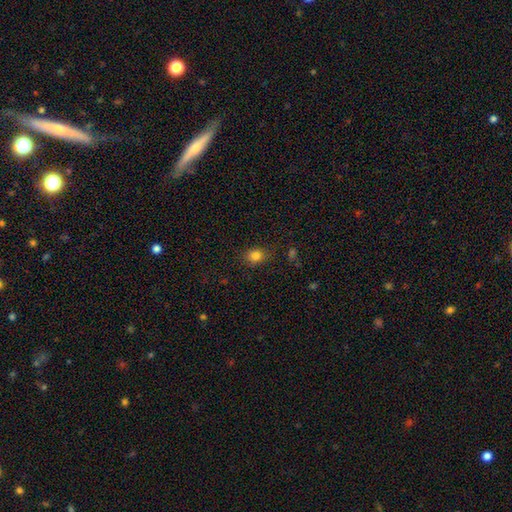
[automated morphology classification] Smooth or featured? Predicted: smooth (p=0.81). How rounded? Predicted: round (p=0.57). Merging? Predicted: none (p=0.80).